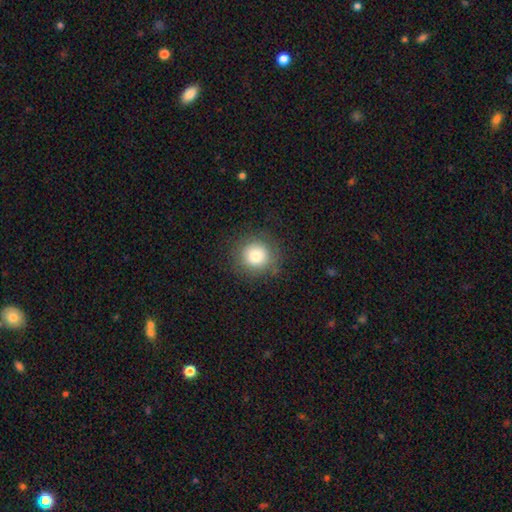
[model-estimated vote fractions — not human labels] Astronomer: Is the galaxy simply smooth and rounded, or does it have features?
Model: smooth — 79%.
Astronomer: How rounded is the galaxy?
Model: round — 92%.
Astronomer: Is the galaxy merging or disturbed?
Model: none — 84%.